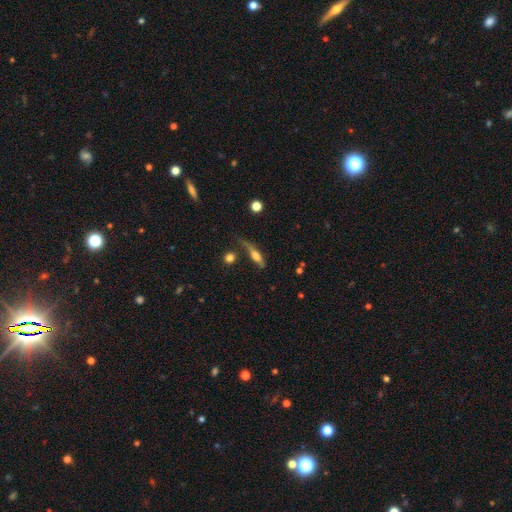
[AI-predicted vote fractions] Q: Smooth or featured?
A: smooth (50%); runner-up: featured or disk (40%)
Q: How rounded?
A: cigar-shaped (61%); runner-up: in between (34%)
Q: Merging?
A: none (48%); runner-up: minor disturbance (26%)